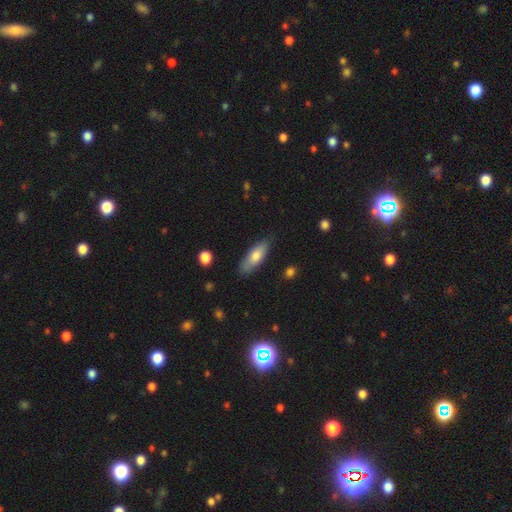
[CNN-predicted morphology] smooth-or-featured: smooth: 72% | featured or disk: 22% | star or artifact: 6%
  how-rounded: in between: 57% | cigar-shaped: 41% | round: 2%
  merging: none: 80% | minor disturbance: 15% | major disturbance: 3% | merger: 2%